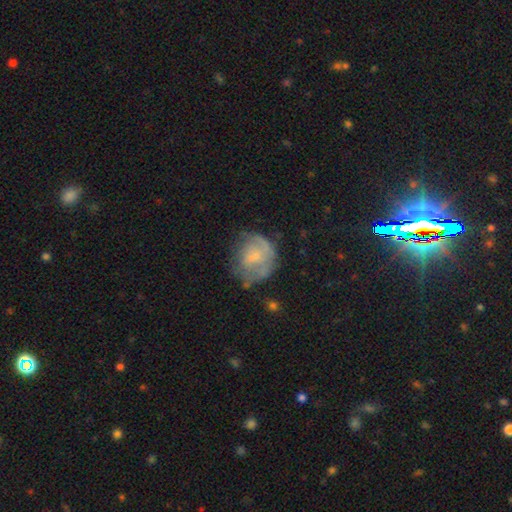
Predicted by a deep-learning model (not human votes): Smooth or featured? Predicted: featured or disk (p=0.48). Merging? Predicted: none (p=0.46).